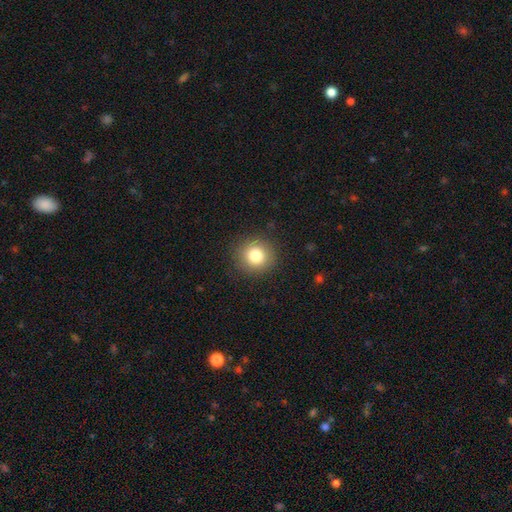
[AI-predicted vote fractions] This is clearly a smooth galaxy (82%). How rounded: clearly round (92%). Merging: clearly none (89%).